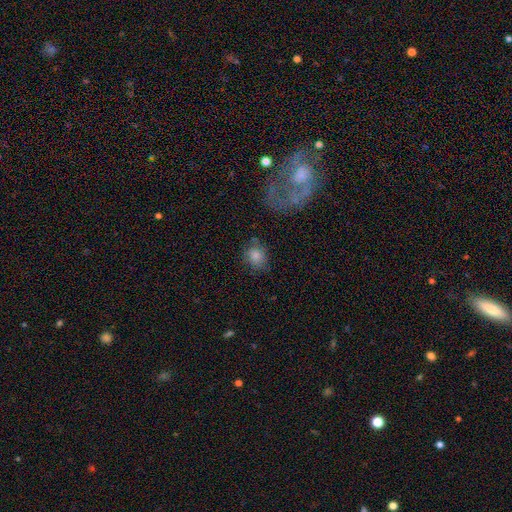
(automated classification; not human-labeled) smooth_or_featured: smooth (p=0.77) [alt: featured or disk p=0.13]
how_rounded: round (p=0.65) [alt: in between p=0.34]
merging: none (p=0.66) [alt: minor disturbance p=0.20]